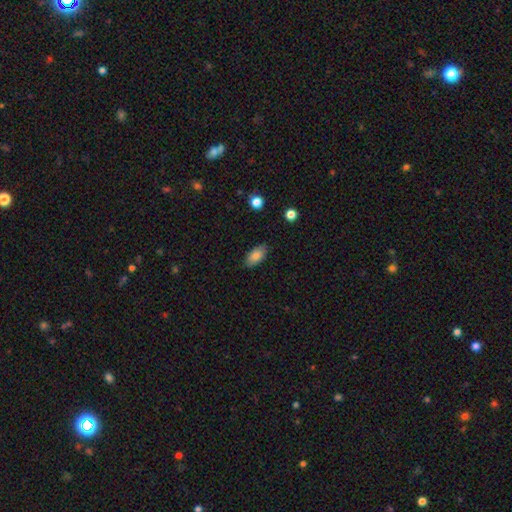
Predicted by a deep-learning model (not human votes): smooth 83%, featured or disk 10%, star or artifact 8%. Down the decision tree: how rounded — in between (92%); merging — none (84%).